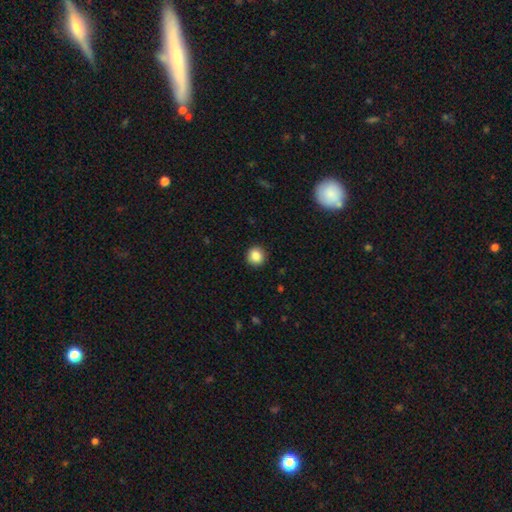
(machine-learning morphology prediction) smooth-or-featured: smooth: 87% | star or artifact: 9% | featured or disk: 4%
  how-rounded: round: 93% | in between: 6% | cigar-shaped: 1%
  merging: none: 92% | minor disturbance: 5% | major disturbance: 2% | merger: 1%